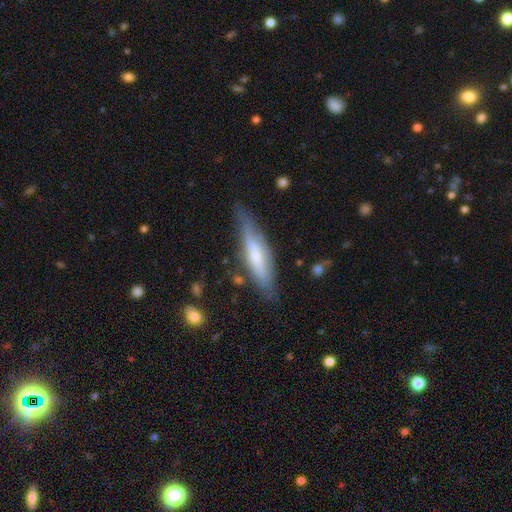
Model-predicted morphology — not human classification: This is possibly a smooth galaxy (49%). Merging: likely none (70%).